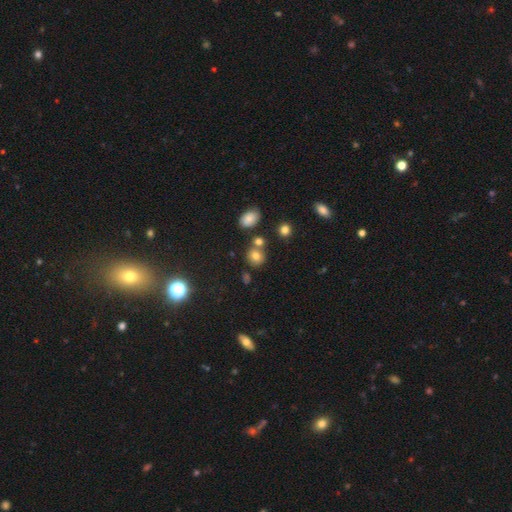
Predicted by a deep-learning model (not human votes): Smooth or featured? smooth (74%)
How rounded? round (78%)
Merging? none (67%)